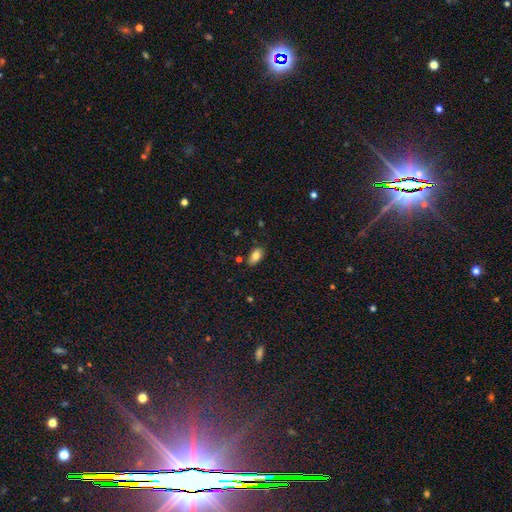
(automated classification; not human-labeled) Smooth or featured? Predicted: smooth (p=0.82). How rounded? Predicted: in between (p=0.91). Merging? Predicted: none (p=0.78).